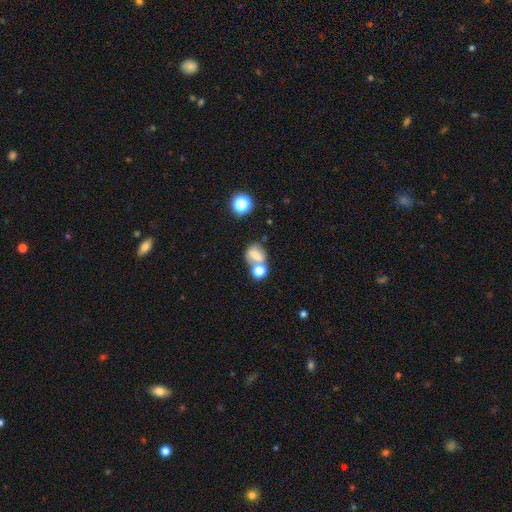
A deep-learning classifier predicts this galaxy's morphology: The model was most divided on "how rounded" (2-way tie): round: 49%, in between: 49%, cigar-shaped: 2%. Remaining: smooth or featured — smooth (66%); merging — merger (41%).